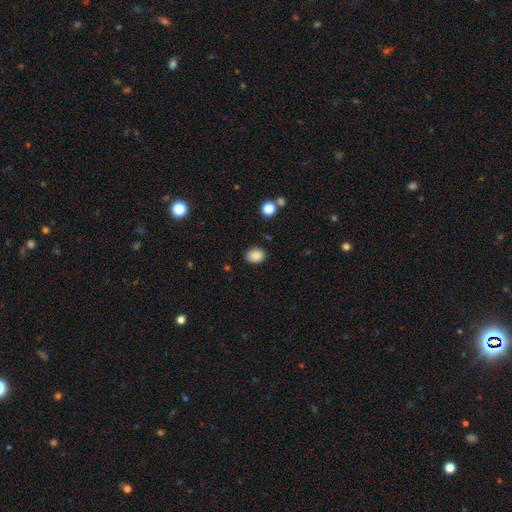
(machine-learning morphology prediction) smooth-or-featured: smooth: 85% | star or artifact: 9% | featured or disk: 5%
  how-rounded: in between: 57% | round: 42% | cigar-shaped: 1%
  merging: none: 86% | minor disturbance: 10% | major disturbance: 2% | merger: 2%